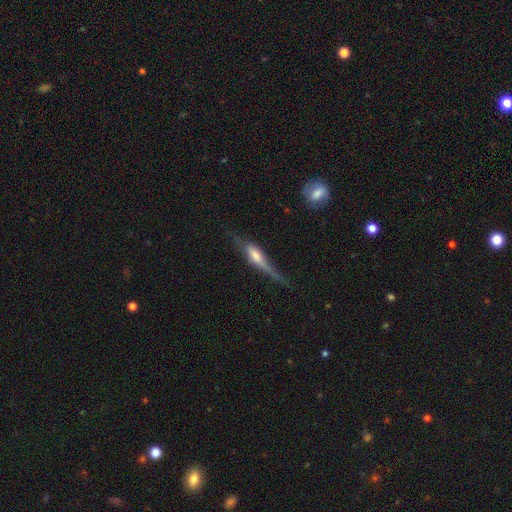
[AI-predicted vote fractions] smooth-or-featured: featured or disk: 62% | smooth: 31% | star or artifact: 7%
  disk-edge-on: yes: 88% | no: 12%
    edge-on-bulge: rounded: 60% | boxy: 28% | none: 11%
  merging: none: 56% | minor disturbance: 26% | major disturbance: 16% | merger: 3%